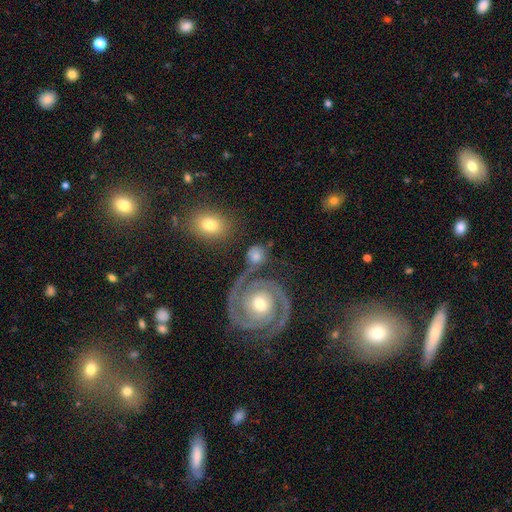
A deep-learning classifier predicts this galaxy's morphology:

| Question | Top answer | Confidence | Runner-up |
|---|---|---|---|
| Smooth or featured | featured or disk | 48% | smooth (44%) |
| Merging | none | 59% | merger (20%) |